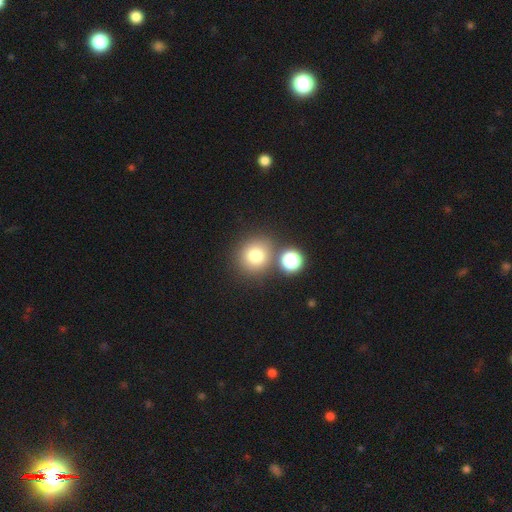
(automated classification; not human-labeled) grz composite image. It shows a smooth galaxy with no disk features (78%) that is round (88%). Merging: none (74%).